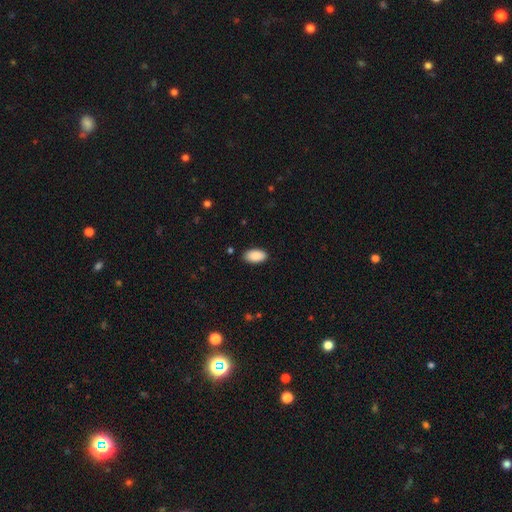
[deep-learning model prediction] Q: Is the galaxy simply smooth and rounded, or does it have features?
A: smooth — 90%.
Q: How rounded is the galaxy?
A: in between — 95%.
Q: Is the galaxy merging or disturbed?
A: none — 88%.